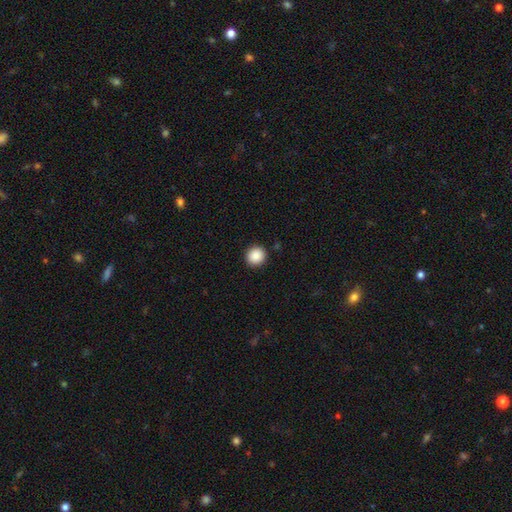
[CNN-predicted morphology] The model was most divided on "smooth or featured": smooth: 88%, star or artifact: 9%, featured or disk: 3%. More confident: how rounded — round (93%); merging — none (92%).